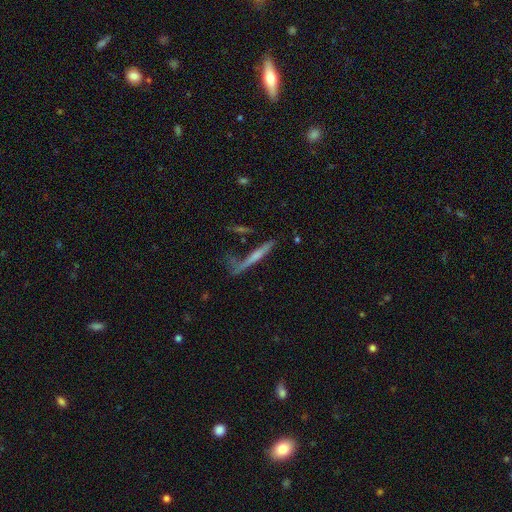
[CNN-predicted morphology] This is possibly a featured or disk galaxy (56%). It is clearly viewed edge-on (91%). Edge-on bulge: marginally none (45%). Merging: possibly none (59%).